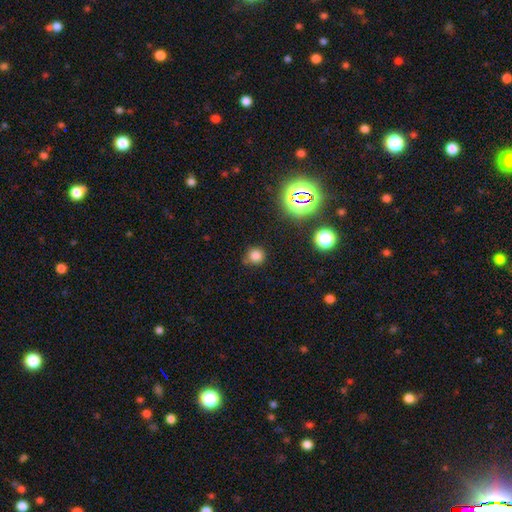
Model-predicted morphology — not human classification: A smooth galaxy with no disk features (77%) that is round (91%). Merging: none (78%).